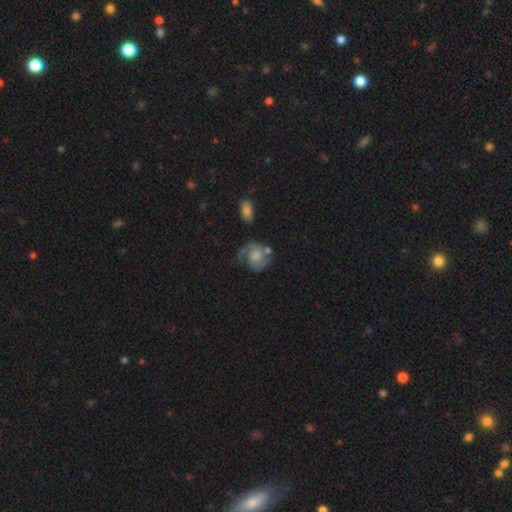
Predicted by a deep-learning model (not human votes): smooth-or-featured: featured or disk: 74% | smooth: 20% | star or artifact: 6%
  disk-edge-on: no: 98% | yes: 2%
    bar: no: 69% | weak: 27% | strong: 4%
    has-spiral-arms: yes: 94% | no: 6%
      spiral-winding: medium: 45% | tight: 34% | loose: 22%
      spiral-arm-count: 2: 71% | 1: 16% | can't tell: 7% | 3: 3% | 4: 1% | more than 4: 1%
    bulge-size: moderate: 38% | small: 24% | none: 18% | large: 18% | dominant: 2%
  merging: none: 55% | minor disturbance: 22% | major disturbance: 16% | merger: 8%